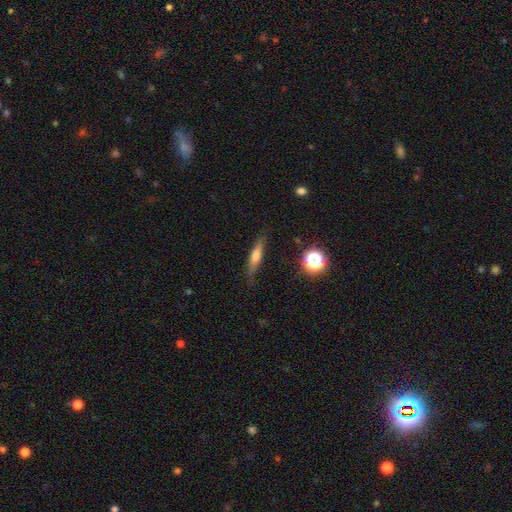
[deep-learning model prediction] smooth-or-featured: smooth: 51% | featured or disk: 40% | star or artifact: 9%
  how-rounded: cigar-shaped: 79% | in between: 18% | round: 4%
  merging: none: 80% | minor disturbance: 15% | major disturbance: 3% | merger: 1%